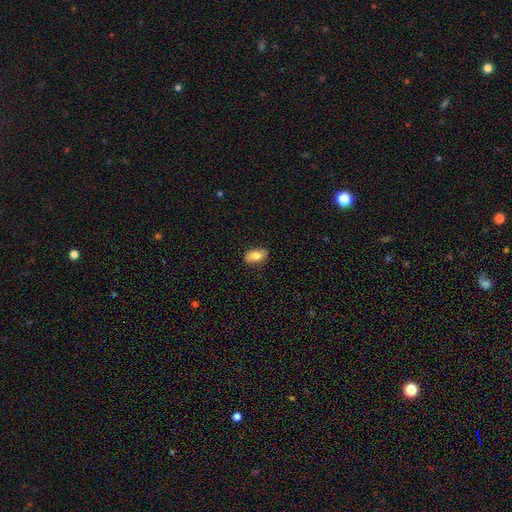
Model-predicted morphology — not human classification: Overall: smooth (77%). How rounded: in between (88%). Merging: none (81%).